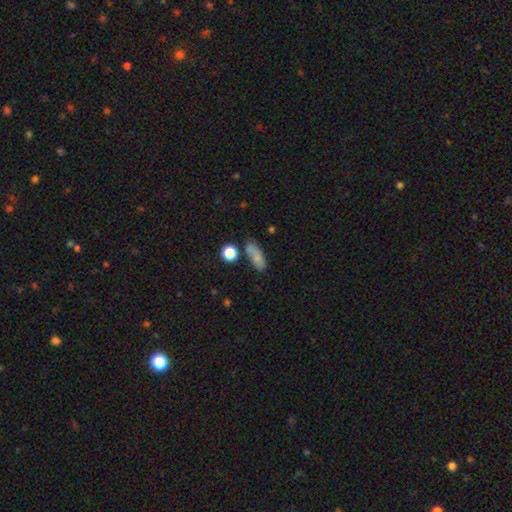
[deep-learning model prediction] Overall: smooth (78%). How rounded: in between (66%; cigar-shaped 27%). Merging: none (63%).